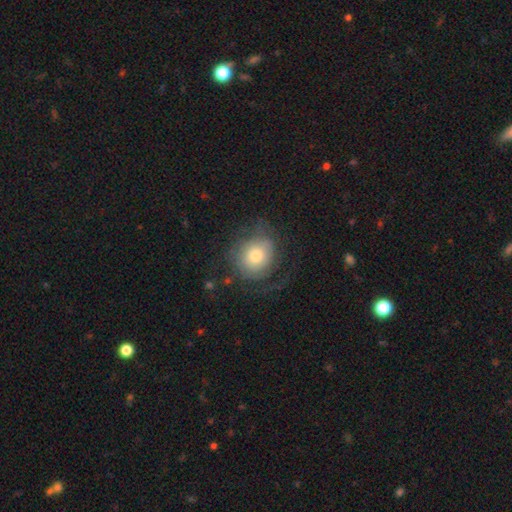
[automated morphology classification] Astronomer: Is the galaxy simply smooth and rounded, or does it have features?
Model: smooth — 52% (runner-up: featured or disk, 39%).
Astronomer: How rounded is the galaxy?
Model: round — 79%.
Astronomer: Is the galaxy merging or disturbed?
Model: none — 55%.